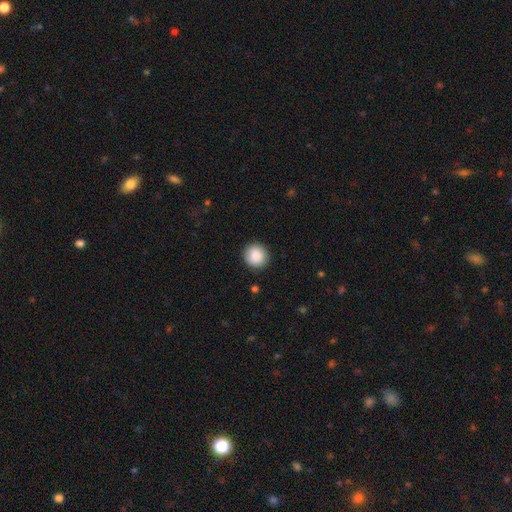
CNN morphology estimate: type=smooth (89%); roundness=round (92%); merging=none (91%).